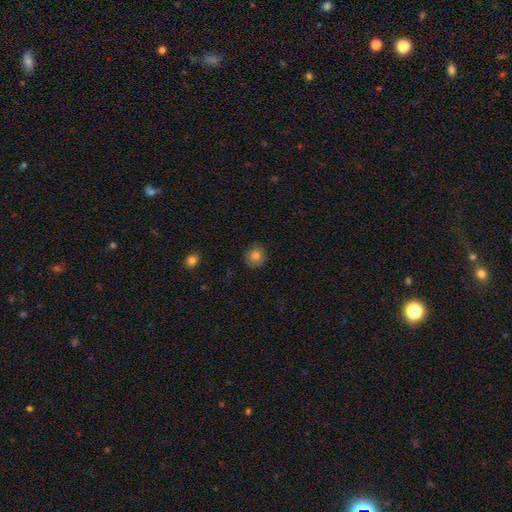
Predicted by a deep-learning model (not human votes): The model was most divided on "smooth or featured": smooth: 81%, star or artifact: 10%, featured or disk: 8%. More confident: how rounded — round (86%); merging — none (85%).